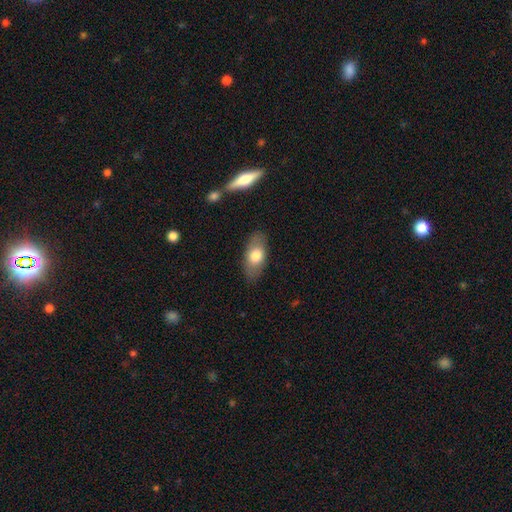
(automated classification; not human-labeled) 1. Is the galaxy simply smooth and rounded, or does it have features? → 72% smooth, 22% featured or disk, 6% star or artifact.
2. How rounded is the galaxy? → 89% in between, 6% cigar-shaped, 5% round.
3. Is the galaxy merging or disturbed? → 83% none, 12% minor disturbance, 3% major disturbance, 2% merger.